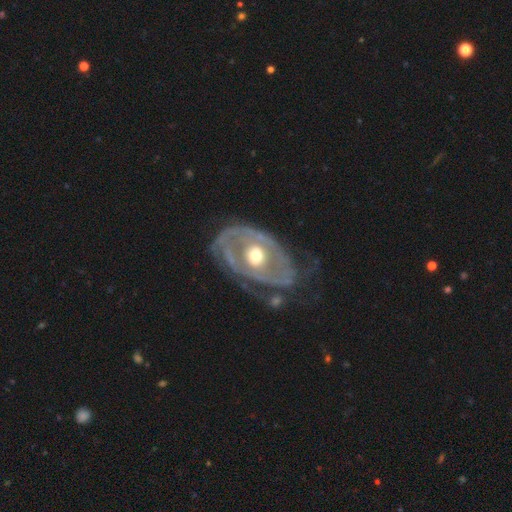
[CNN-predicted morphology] type=featured or disk (80%); edge-on=no (95%); bar=no (77%); spiral arms=yes (62%); bulge=moderate (73%); merging=none (50%).